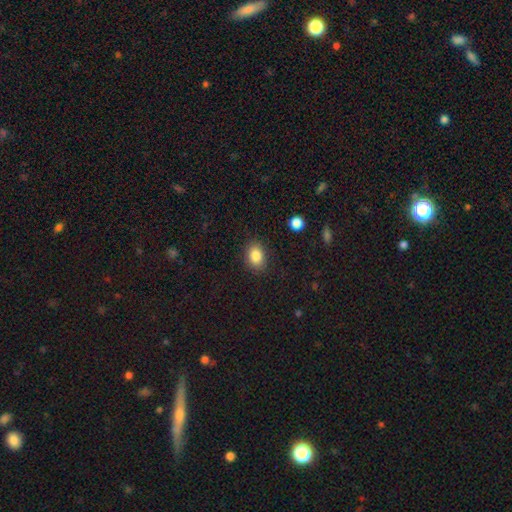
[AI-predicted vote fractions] smooth_or_featured: smooth (p=0.85) [alt: star or artifact p=0.09]
how_rounded: in between (p=0.72) [alt: round p=0.27]
merging: none (p=0.87) [alt: minor disturbance p=0.09]